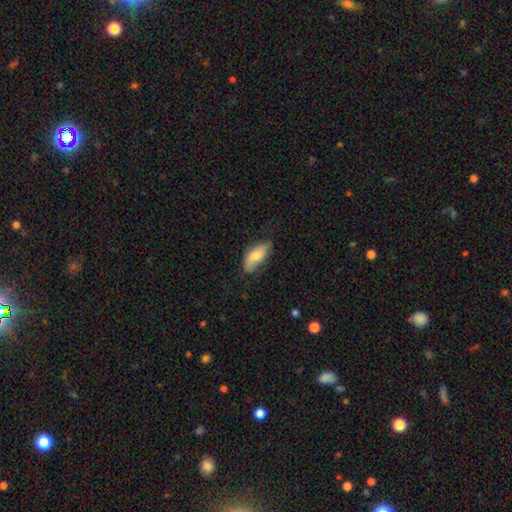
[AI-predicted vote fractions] This appears to be a smooth galaxy with no disk features (70%) that is in between round and cigar-shaped (86%). Merging: none (64%).